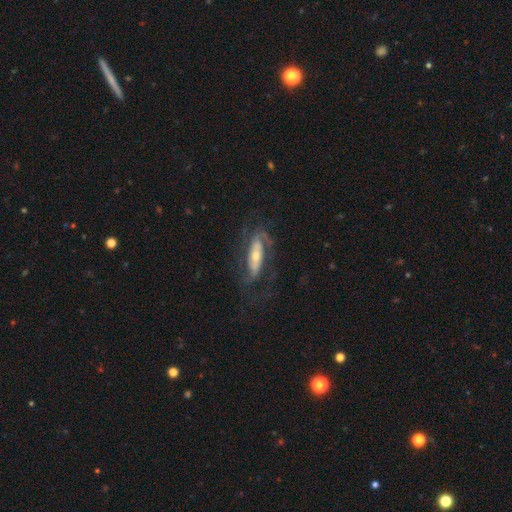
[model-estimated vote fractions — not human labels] Smooth or featured? Predicted: featured or disk (p=0.80). Edge-on disk? Predicted: no (p=0.84). Bar? Predicted: no (p=0.39). Spiral arms? Predicted: yes (p=0.91). Spiral winding? Predicted: medium (p=0.44). Spiral arm count? Predicted: 2 (p=0.61). Bulge size? Predicted: moderate (p=0.46). Merging? Predicted: none (p=0.62).